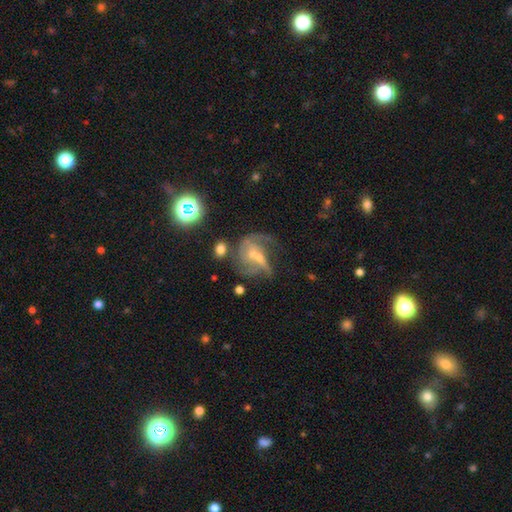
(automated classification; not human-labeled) This is likely a featured or disk galaxy (64%). It is clearly not viewed edge-on (95%). Bar: possibly no (48%). Spiral arm pattern: likely yes (74%). Central bulge: possibly small (51%). Merging: marginally none (33%).